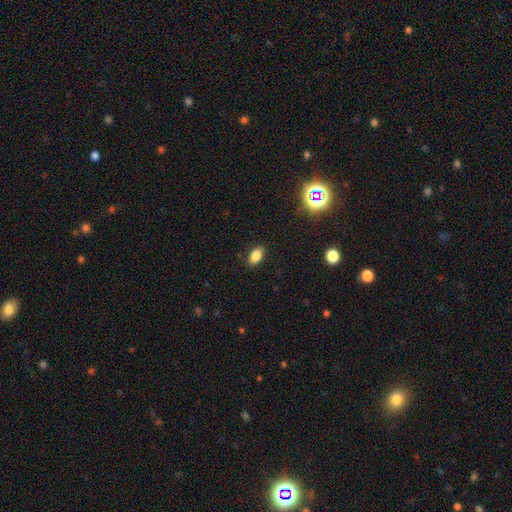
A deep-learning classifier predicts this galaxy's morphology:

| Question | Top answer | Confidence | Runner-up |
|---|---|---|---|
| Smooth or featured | smooth | 82% | star or artifact (11%) |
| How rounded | in between | 88% | round (8%) |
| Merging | none | 87% | minor disturbance (9%) |